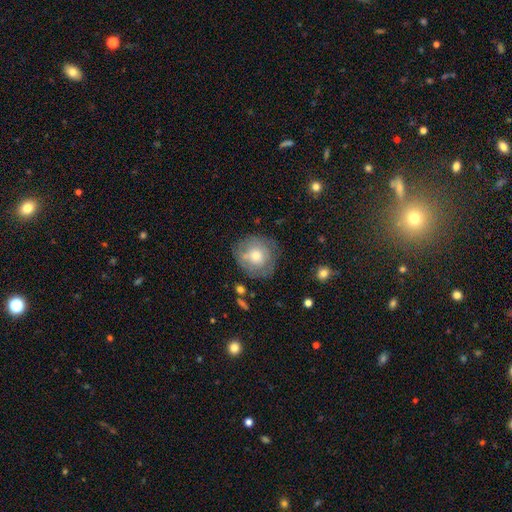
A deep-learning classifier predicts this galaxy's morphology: A smooth galaxy with no disk features (58%) that is round (89%).

Vote fractions:
- Smooth or featured? smooth: 58% / featured or disk: 34% / star or artifact: 9%
- How rounded? round: 89% / in between: 10% / cigar-shaped: 1%
- Merging? none: 73% / minor disturbance: 18% / major disturbance: 6% / merger: 2%